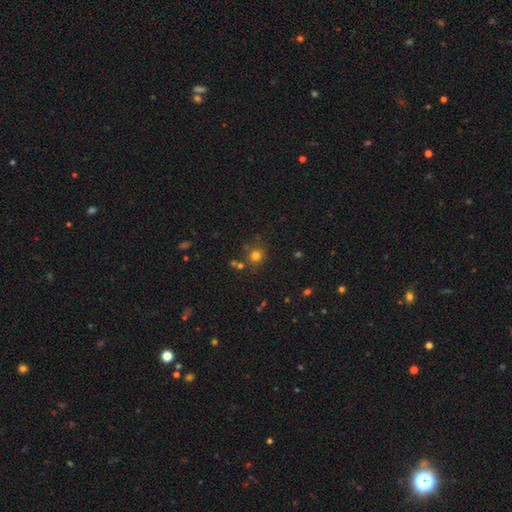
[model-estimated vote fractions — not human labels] smooth-or-featured: smooth: 75% | star or artifact: 18% | featured or disk: 7%
  how-rounded: round: 86% | in between: 13% | cigar-shaped: 1%
  merging: none: 77% | minor disturbance: 11% | merger: 9% | major disturbance: 4%